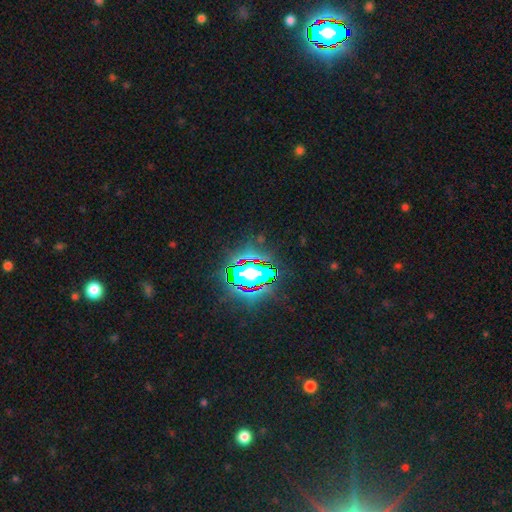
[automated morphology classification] Smooth or featured?
  - star or artifact: 85% *
  - smooth: 8%
  - featured or disk: 7%